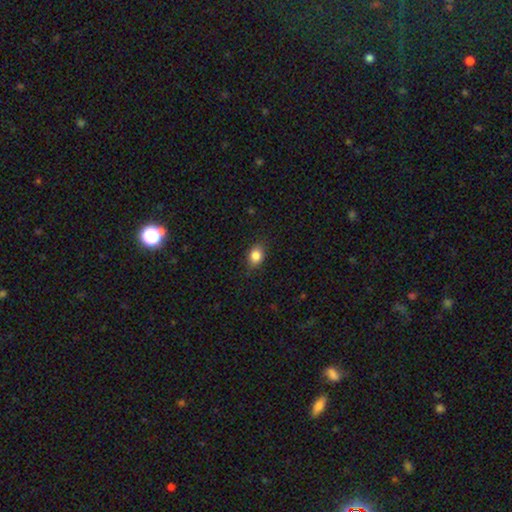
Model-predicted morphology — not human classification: smooth 85%, star or artifact 9%, featured or disk 5%. Down the decision tree: how rounded — in between (56%); merging — none (85%).